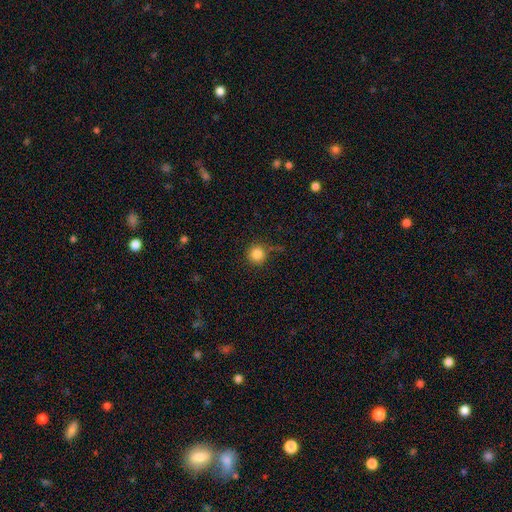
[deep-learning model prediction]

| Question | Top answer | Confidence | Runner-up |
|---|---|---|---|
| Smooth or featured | smooth | 85% | star or artifact (11%) |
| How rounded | round | 95% | in between (5%) |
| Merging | none | 84% | minor disturbance (10%) |